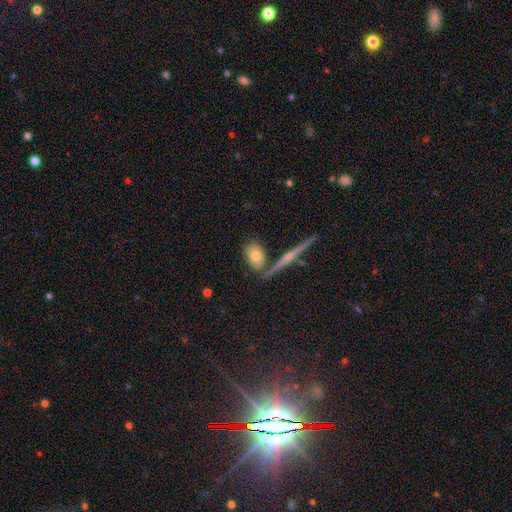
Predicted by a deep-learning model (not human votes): smooth_or_featured: smooth (p=0.70) [alt: featured or disk p=0.22]
how_rounded: in between (p=0.74) [alt: round p=0.17]
merging: none (p=0.66) [alt: minor disturbance p=0.15]